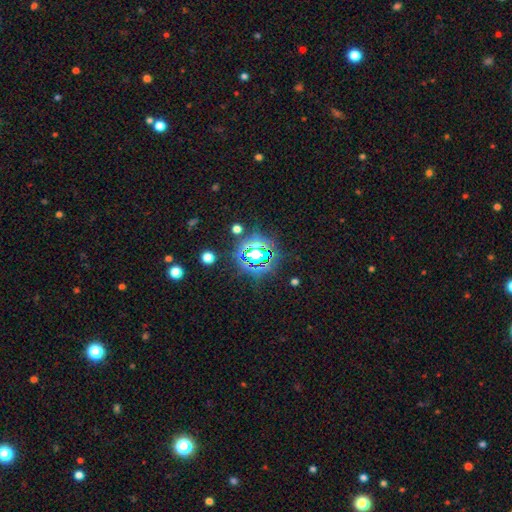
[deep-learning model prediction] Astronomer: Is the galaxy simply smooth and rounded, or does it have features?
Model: star or artifact — 61%.